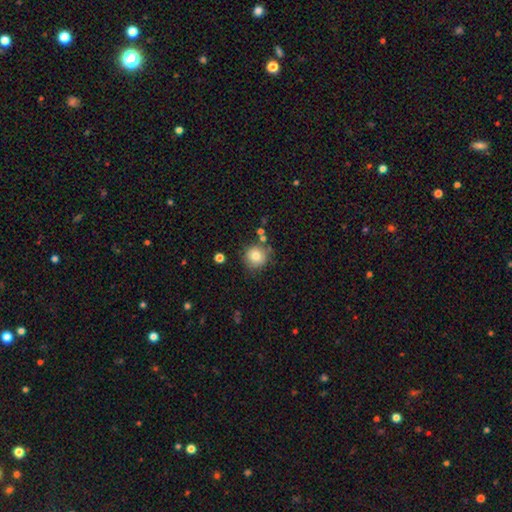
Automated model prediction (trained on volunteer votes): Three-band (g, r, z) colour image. It shows a smooth galaxy with no disk features (81%) that is round (92%). Merging: none (79%).